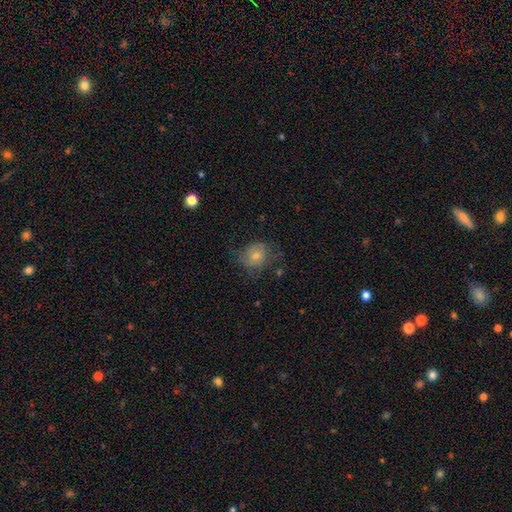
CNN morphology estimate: Smooth or featured?
  - smooth: 67% *
  - featured or disk: 24%
  - star or artifact: 9%
How rounded?
  - round: 64% *
  - in between: 35%
  - cigar-shaped: 1%
Merging?
  - none: 53% *
  - minor disturbance: 28%
  - major disturbance: 18%
  - merger: 2%